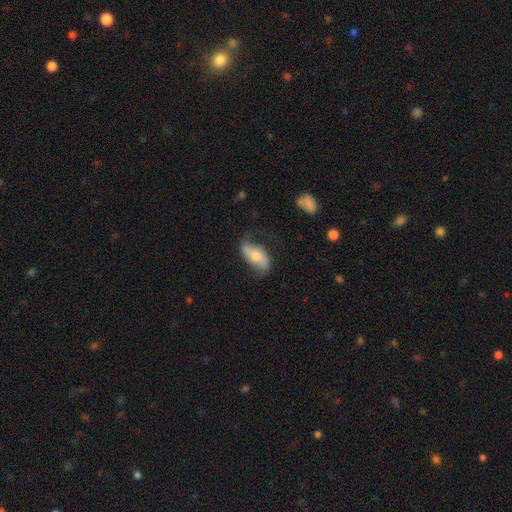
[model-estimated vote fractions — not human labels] Morphology: type=smooth (51%); roundness=in between (89%); merging=none (63%).